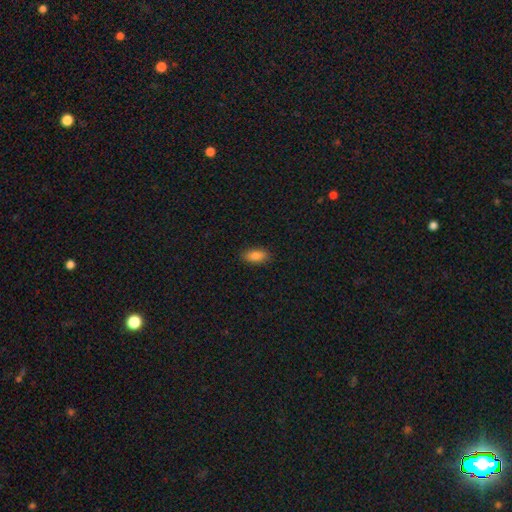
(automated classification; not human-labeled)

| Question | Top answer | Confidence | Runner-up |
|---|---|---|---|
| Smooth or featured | smooth | 86% | star or artifact (8%) |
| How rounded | in between | 88% | cigar-shaped (10%) |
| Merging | none | 87% | minor disturbance (9%) |